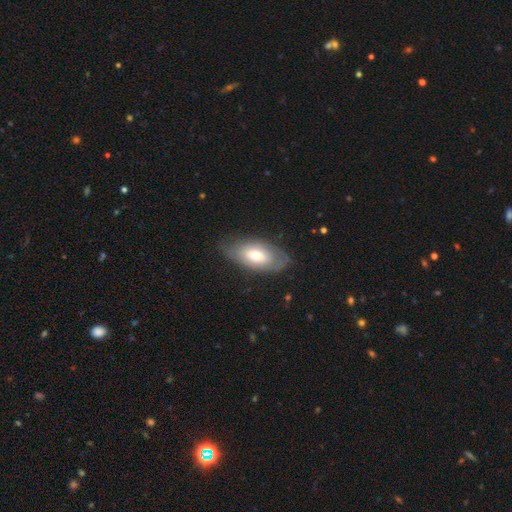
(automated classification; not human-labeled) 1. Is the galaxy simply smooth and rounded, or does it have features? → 57% smooth, 37% featured or disk, 7% star or artifact.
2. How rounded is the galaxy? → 90% in between, 5% cigar-shaped, 5% round.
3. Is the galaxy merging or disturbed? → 73% none, 20% minor disturbance, 6% major disturbance, 1% merger.